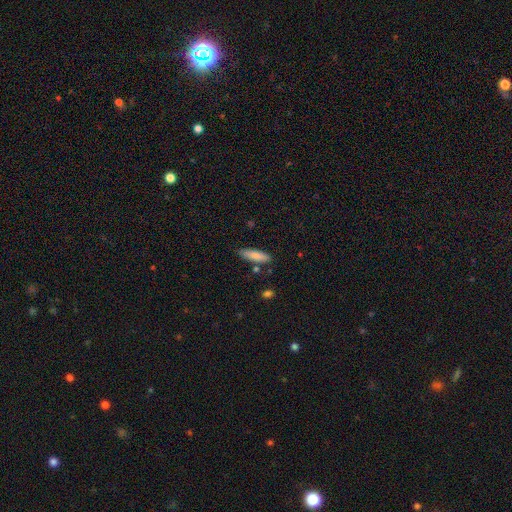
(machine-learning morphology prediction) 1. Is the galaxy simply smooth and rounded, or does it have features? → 82% smooth, 12% featured or disk, 6% star or artifact.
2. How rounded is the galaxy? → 60% cigar-shaped, 38% in between, 2% round.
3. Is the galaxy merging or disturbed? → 82% none, 12% minor disturbance, 4% merger, 2% major disturbance.